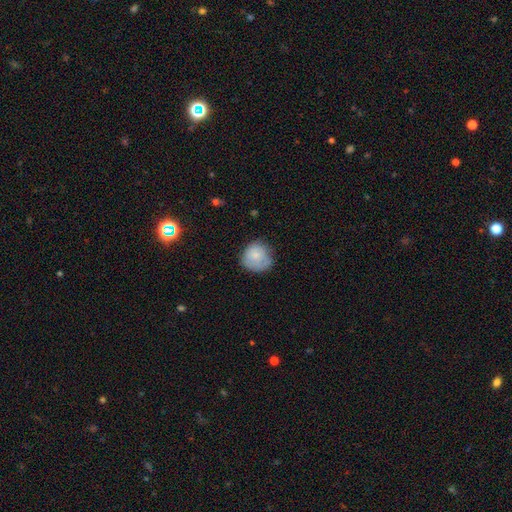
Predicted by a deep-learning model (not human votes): Smooth or featured? smooth (76%)
How rounded? round (85%)
Merging? none (65%)